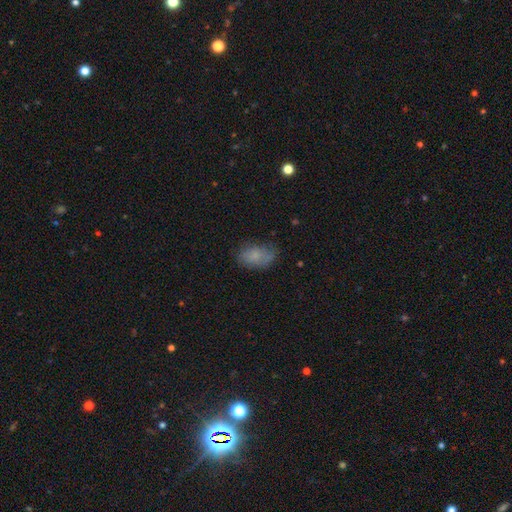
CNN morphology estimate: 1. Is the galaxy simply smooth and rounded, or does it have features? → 72% smooth, 18% featured or disk, 10% star or artifact.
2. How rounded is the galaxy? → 89% in between, 9% round, 2% cigar-shaped.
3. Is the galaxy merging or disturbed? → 62% none, 27% minor disturbance, 9% major disturbance, 2% merger.